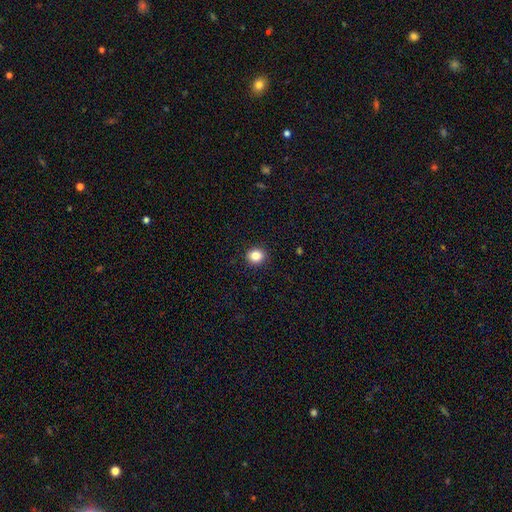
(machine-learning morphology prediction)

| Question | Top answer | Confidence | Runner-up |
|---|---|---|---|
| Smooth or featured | smooth | 85% | star or artifact (10%) |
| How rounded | round | 85% | in between (15%) |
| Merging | none | 92% | minor disturbance (5%) |